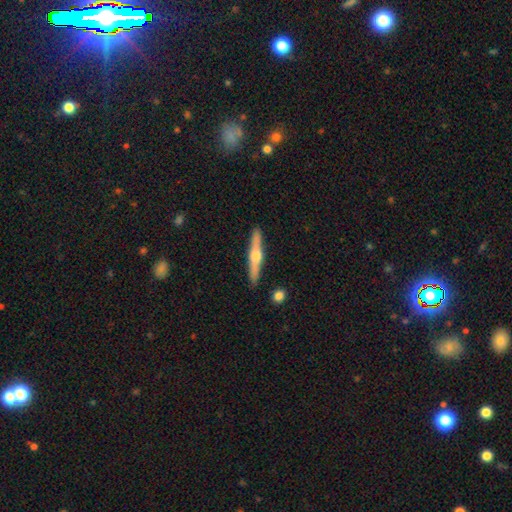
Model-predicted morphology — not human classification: This is likely a featured or disk galaxy (65%). It is clearly viewed edge-on (97%). Edge-on bulge: clearly rounded (93%). Merging: clearly none (90%).